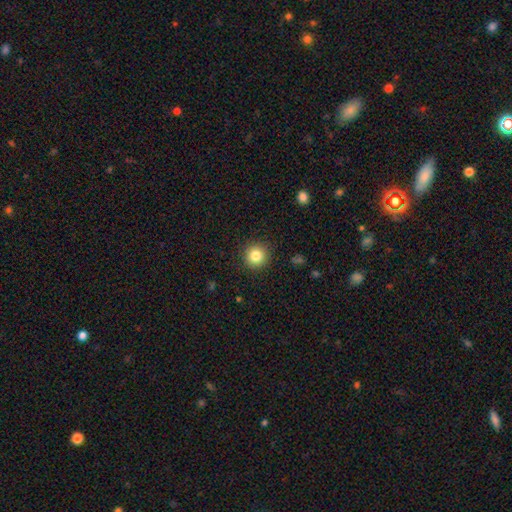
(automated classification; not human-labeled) Smooth or featured: smooth — 83% (star or artifact — 11%)
How rounded: round — 94% (in between — 5%)
Merging: none — 91% (minor disturbance — 6%)